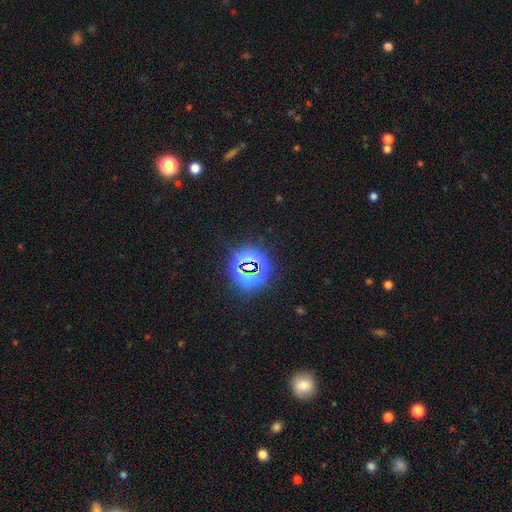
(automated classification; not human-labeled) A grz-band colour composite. It shows a star or artifact, not a galaxy (77%).